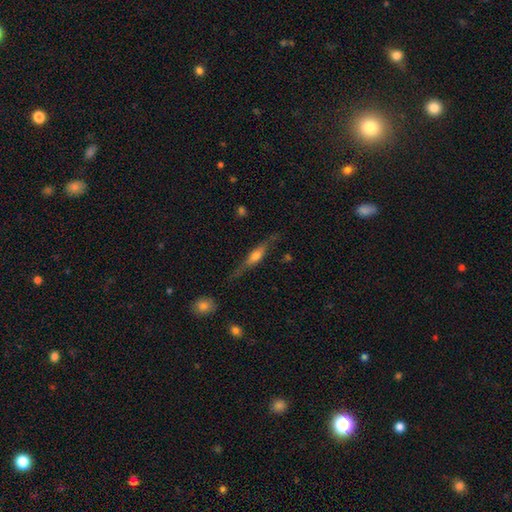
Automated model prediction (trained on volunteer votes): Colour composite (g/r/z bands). It shows a featured or disk galaxy (59%) viewed edge-on (90%) with a rounded central bulge (82%). Merging: none (71%).